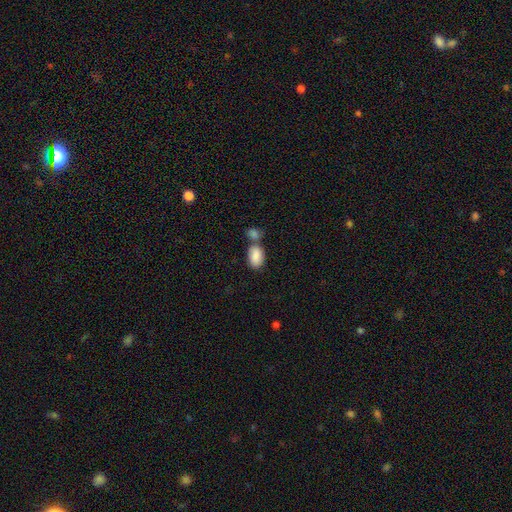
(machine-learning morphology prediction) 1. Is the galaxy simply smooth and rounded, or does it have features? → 87% smooth, 7% star or artifact, 6% featured or disk.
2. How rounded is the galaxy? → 91% in between, 8% round, 1% cigar-shaped.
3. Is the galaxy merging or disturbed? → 43% none, 42% merger, 11% minor disturbance, 4% major disturbance.